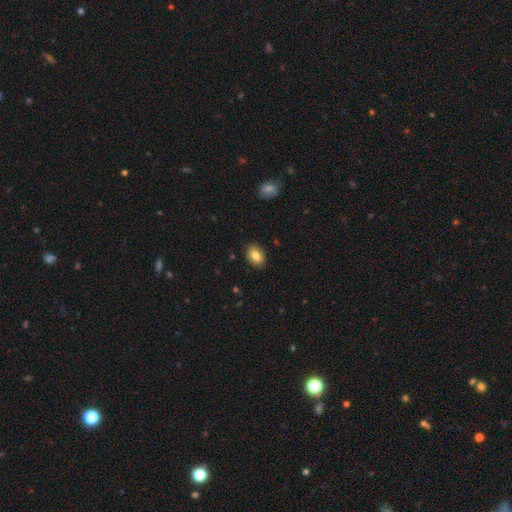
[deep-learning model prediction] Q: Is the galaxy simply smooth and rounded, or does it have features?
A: smooth — 83%.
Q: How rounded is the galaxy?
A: in between — 82%.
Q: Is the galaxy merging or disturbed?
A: none — 88%.